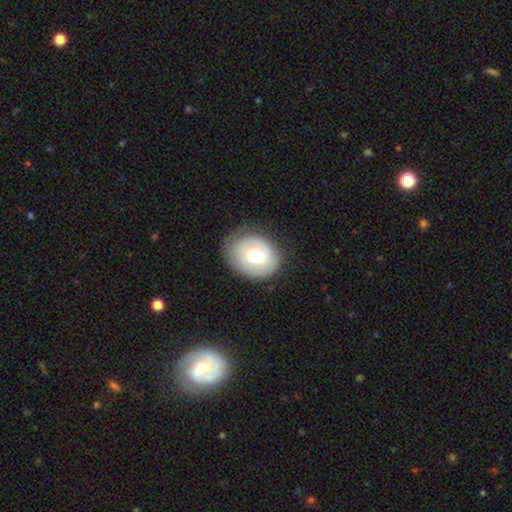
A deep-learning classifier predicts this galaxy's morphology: smooth_or_featured: smooth (p=0.57) [alt: featured or disk p=0.36]
how_rounded: in between (p=0.52) [alt: round p=0.48]
merging: none (p=0.71) [alt: minor disturbance p=0.20]